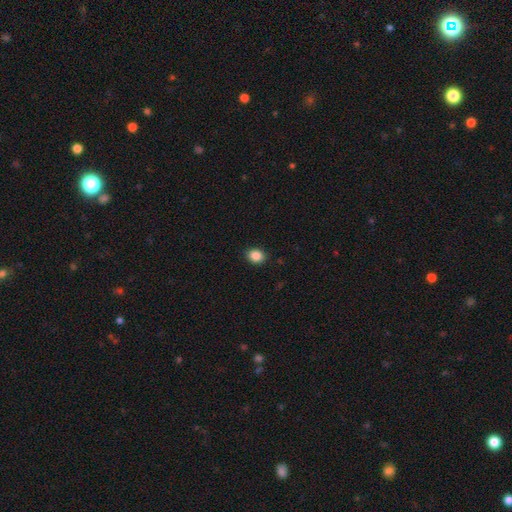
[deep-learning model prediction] smooth_or_featured: smooth (p=0.87) [alt: star or artifact p=0.09]
how_rounded: round (p=0.52) [alt: in between p=0.48]
merging: none (p=0.90) [alt: minor disturbance p=0.07]